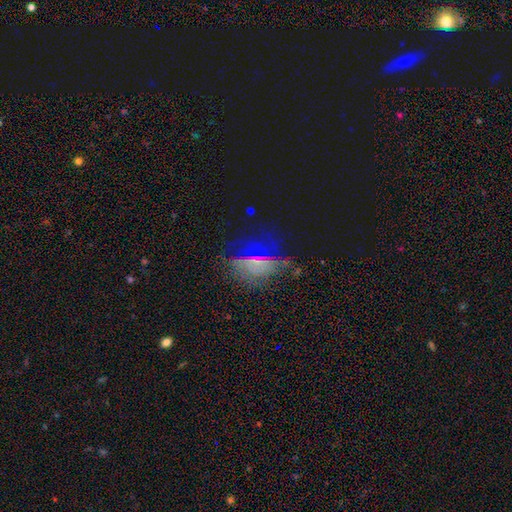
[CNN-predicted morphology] This appears to be a star or artifact, not a galaxy (37%).